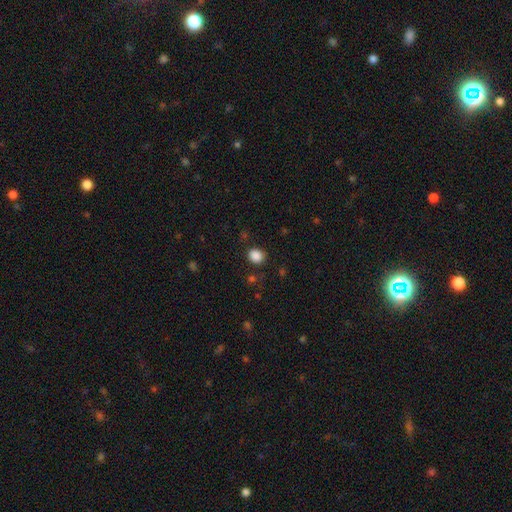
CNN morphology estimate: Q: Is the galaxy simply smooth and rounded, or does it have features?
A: smooth — 87%.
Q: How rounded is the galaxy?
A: round — 73%.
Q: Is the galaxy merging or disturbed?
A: none — 87%.